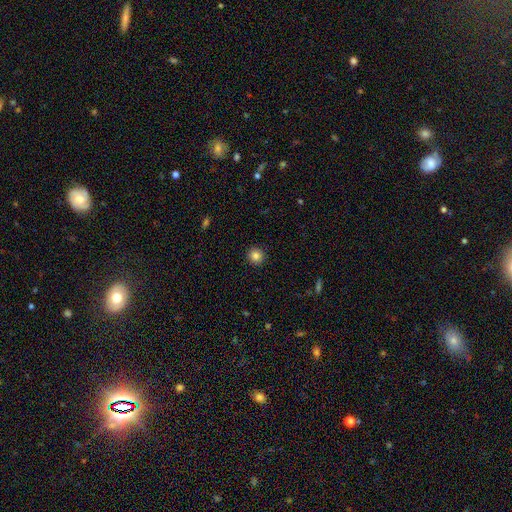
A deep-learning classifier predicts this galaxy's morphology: smooth-or-featured: smooth: 84% | star or artifact: 11% | featured or disk: 5%
  how-rounded: round: 94% | in between: 5% | cigar-shaped: 1%
  merging: none: 93% | minor disturbance: 5% | major disturbance: 2% | merger: 1%